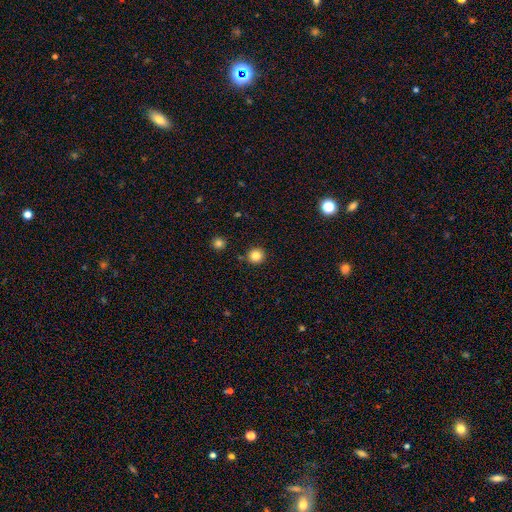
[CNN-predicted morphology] Q: Smooth or featured?
A: smooth (84%); runner-up: star or artifact (11%)
Q: How rounded?
A: round (94%); runner-up: in between (5%)
Q: Merging?
A: none (89%); runner-up: minor disturbance (6%)